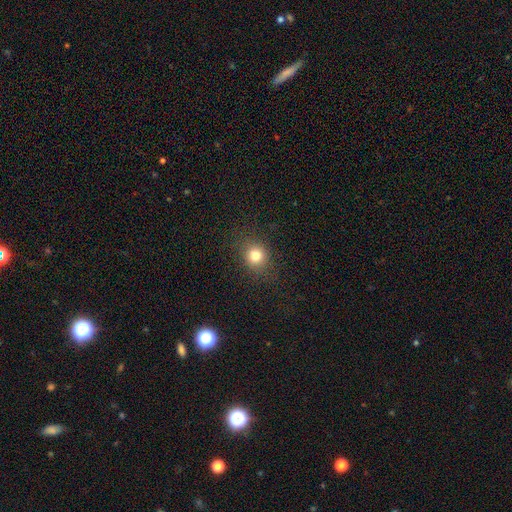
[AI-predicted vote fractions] Smooth or featured? Predicted: smooth (p=0.80). How rounded? Predicted: round (p=0.77). Merging? Predicted: none (p=0.86).